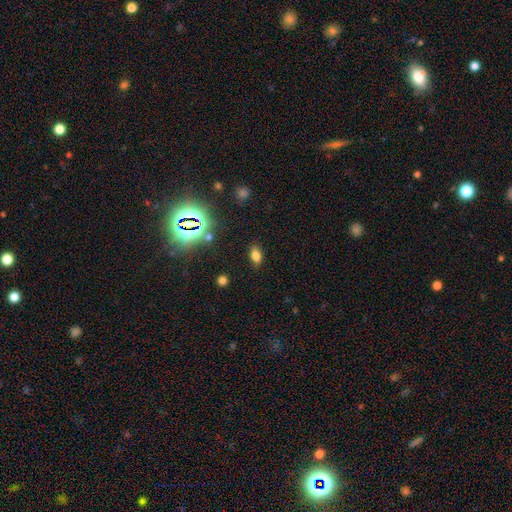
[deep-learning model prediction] A smooth galaxy with no disk features (73%) that is in between round and cigar-shaped (86%).

Vote fractions:
- Smooth or featured? smooth: 73% / star or artifact: 18% / featured or disk: 8%
- How rounded? in between: 86% / round: 10% / cigar-shaped: 5%
- Merging? none: 85% / minor disturbance: 10% / major disturbance: 3% / merger: 2%